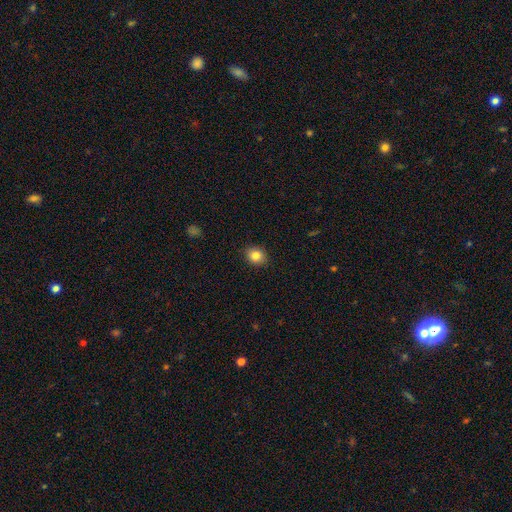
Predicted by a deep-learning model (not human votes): smooth_or_featured: smooth (p=0.84) [alt: star or artifact p=0.10]
how_rounded: round (p=0.66) [alt: in between p=0.33]
merging: none (p=0.89) [alt: minor disturbance p=0.08]